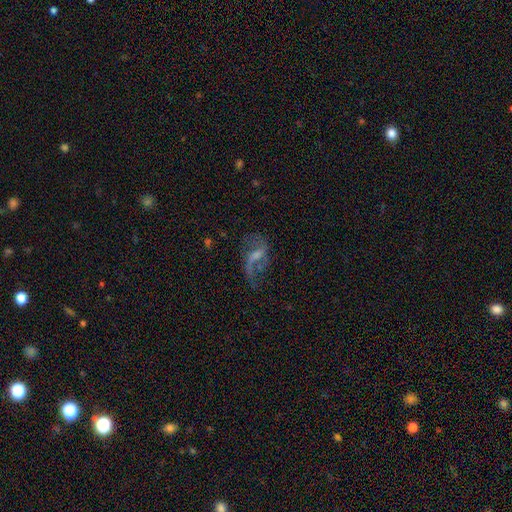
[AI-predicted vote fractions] Smooth or featured? Predicted: featured or disk (p=0.73). Edge-on disk? Predicted: no (p=0.95). Bar? Predicted: weak (p=0.49). Spiral arms? Predicted: yes (p=0.84). Spiral winding? Predicted: loose (p=0.80). Spiral arm count? Predicted: 2 (p=0.72). Bulge size? Predicted: small (p=0.40). Merging? Predicted: none (p=0.49).